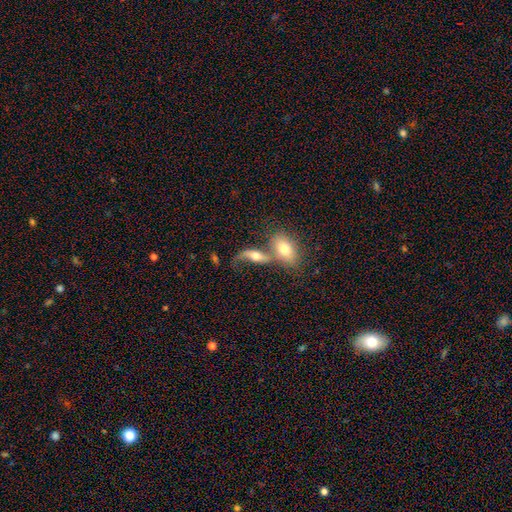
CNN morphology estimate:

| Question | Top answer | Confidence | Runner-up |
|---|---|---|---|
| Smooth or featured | featured or disk | 56% | smooth (35%) |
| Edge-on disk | no | 81% | yes (19%) |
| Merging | merger | 50% | none (27%) |